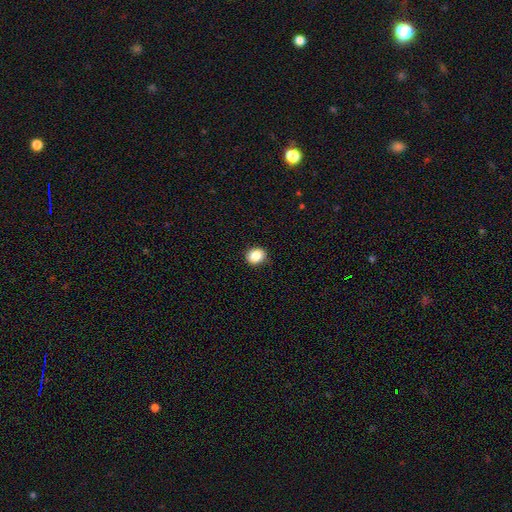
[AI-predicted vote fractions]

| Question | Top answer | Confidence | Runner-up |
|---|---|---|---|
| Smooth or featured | smooth | 86% | star or artifact (9%) |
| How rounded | round | 61% | in between (38%) |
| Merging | none | 88% | minor disturbance (9%) |